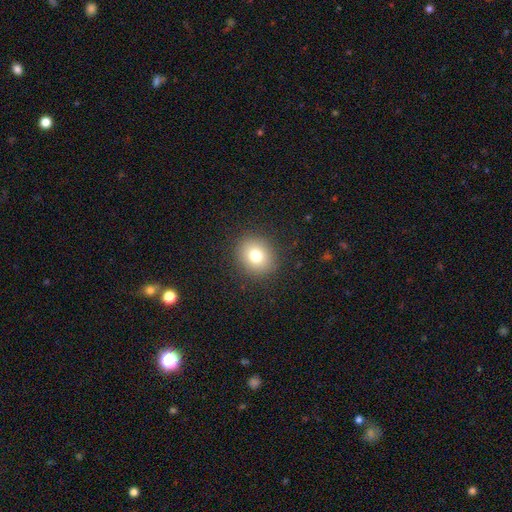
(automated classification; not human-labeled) A smooth galaxy with no disk features (78%) that is round (79%).

Vote fractions:
- Smooth or featured? smooth: 78% / star or artifact: 12% / featured or disk: 10%
- How rounded? round: 79% / in between: 20% / cigar-shaped: 1%
- Merging? none: 89% / minor disturbance: 7% / major disturbance: 3% / merger: 1%